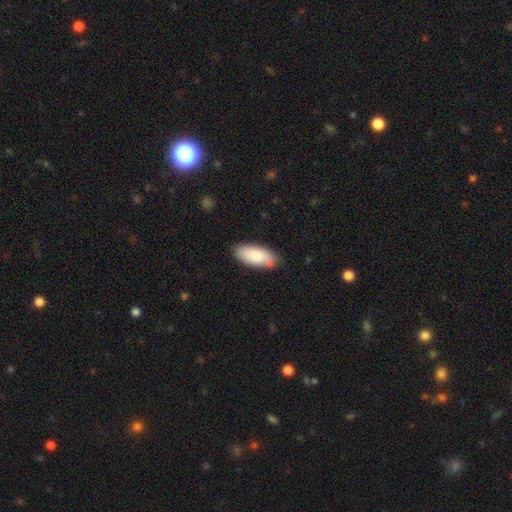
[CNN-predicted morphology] Smooth or featured? Predicted: smooth (p=0.83). How rounded? Predicted: in between (p=0.88). Merging? Predicted: none (p=0.77).